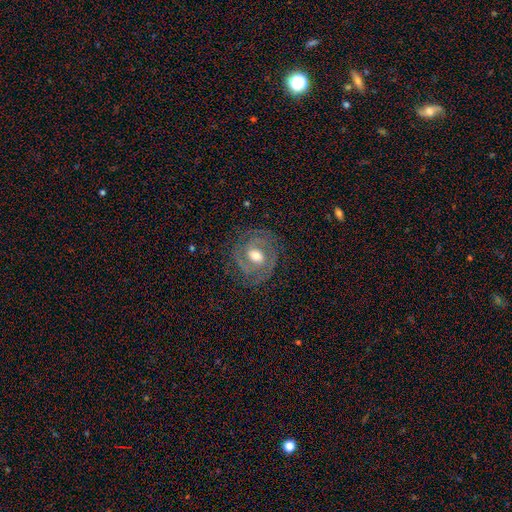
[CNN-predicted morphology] featured or disk 76%, smooth 17%, star or artifact 7%. Down the decision tree: edge-on disk — no (97%); bar — weak (45%); spiral arms — yes (82%); spiral arm count — 2 (56%); spiral winding — tight (54%); bulge size — moderate (71%); merging — none (76%).